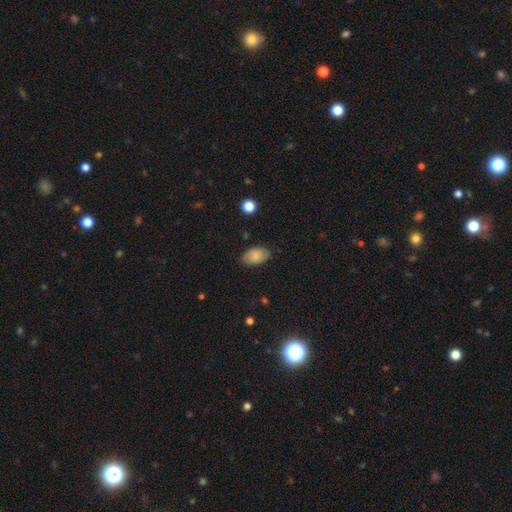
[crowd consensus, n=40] smooth 75%, featured or disk 12%, star or artifact 12%. Down the decision tree: how rounded — in between (87%); merging — none (94%).